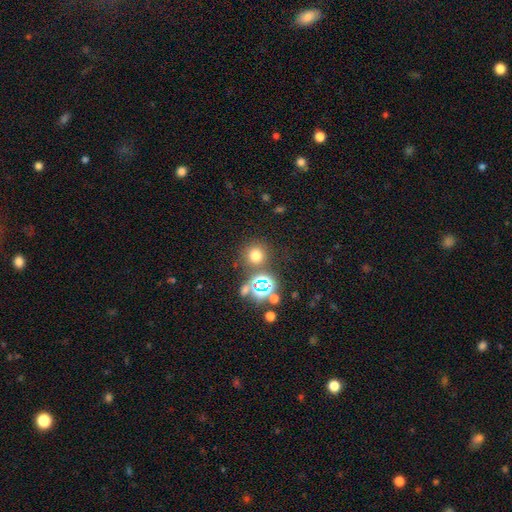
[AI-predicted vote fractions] Morphology: type=smooth (66%); roundness=round (92%); merging=none (79%).